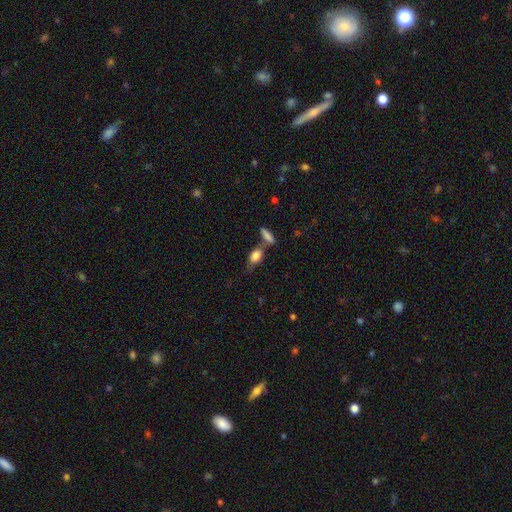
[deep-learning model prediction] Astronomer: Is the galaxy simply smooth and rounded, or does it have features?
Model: smooth — 82%.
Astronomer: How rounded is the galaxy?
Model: in between — 81%.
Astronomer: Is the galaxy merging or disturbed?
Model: none — 47% (runner-up: merger, 30%).